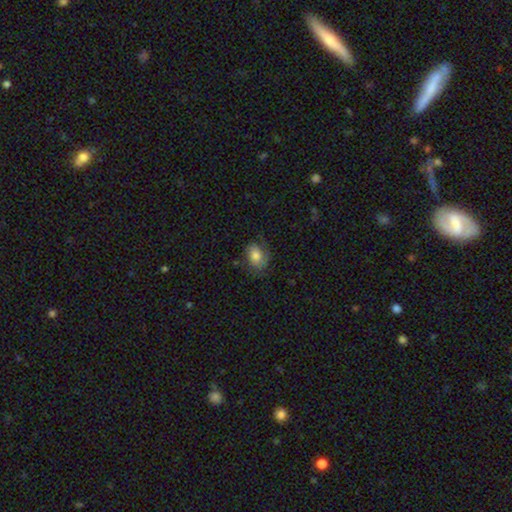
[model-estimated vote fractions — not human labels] A smooth galaxy with no disk features (76%) that is in between round and cigar-shaped (76%). Merging: none (66%).